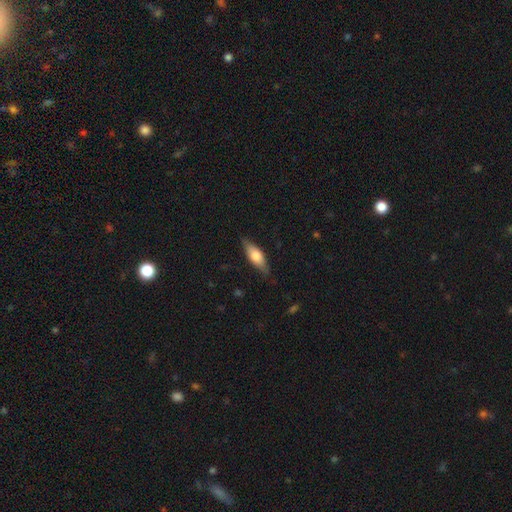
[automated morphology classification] Smooth or featured?
  - smooth: 61% *
  - featured or disk: 33%
  - star or artifact: 6%
How rounded?
  - in between: 65% *
  - cigar-shaped: 32%
  - round: 3%
Merging?
  - none: 81% *
  - minor disturbance: 15%
  - major disturbance: 3%
  - merger: 1%